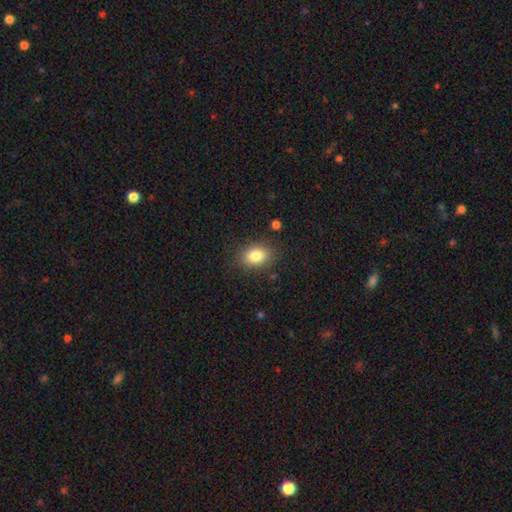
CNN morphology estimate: smooth-or-featured: smooth: 83% | star or artifact: 9% | featured or disk: 8%
  how-rounded: in between: 70% | round: 29% | cigar-shaped: 1%
  merging: none: 83% | minor disturbance: 11% | major disturbance: 4% | merger: 2%